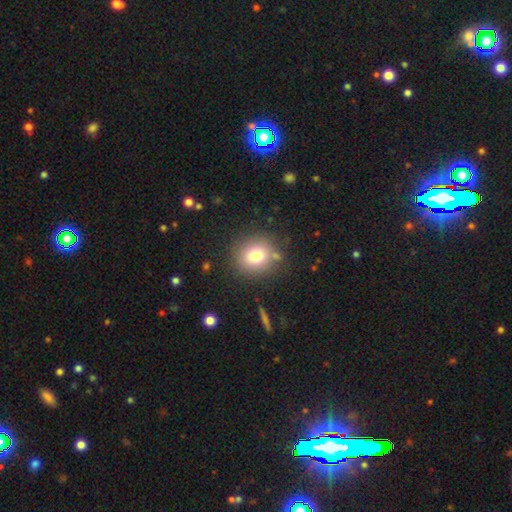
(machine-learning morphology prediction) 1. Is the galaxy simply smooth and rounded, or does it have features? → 77% smooth, 12% star or artifact, 11% featured or disk.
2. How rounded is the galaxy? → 82% round, 17% in between, 1% cigar-shaped.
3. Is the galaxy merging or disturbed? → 82% none, 10% minor disturbance, 4% merger, 4% major disturbance.